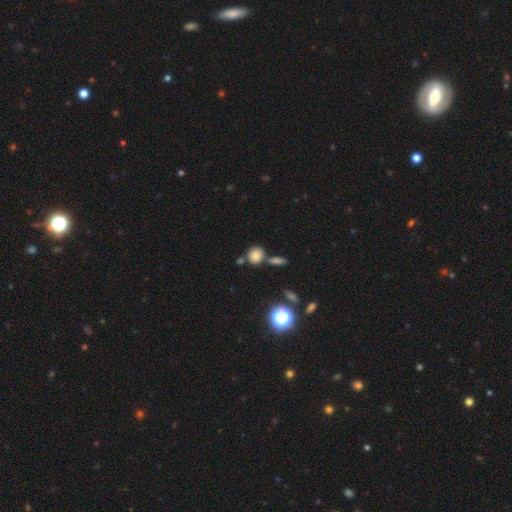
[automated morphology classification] A smooth galaxy with no disk features (79%) that is round (76%).

Vote fractions:
- Smooth or featured? smooth: 79% / star or artifact: 14% / featured or disk: 7%
- How rounded? round: 76% / in between: 22% / cigar-shaped: 2%
- Merging? none: 63% / merger: 21% / minor disturbance: 12% / major disturbance: 4%